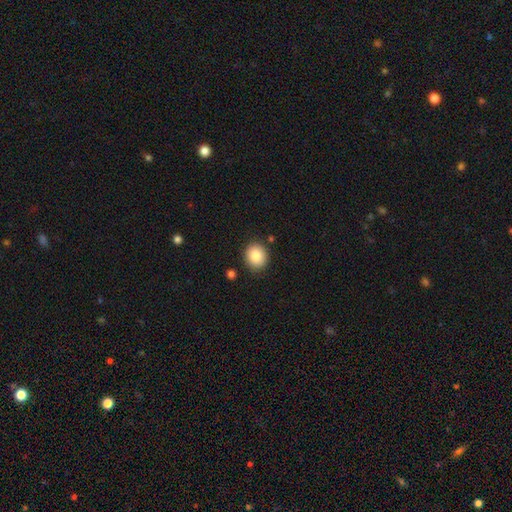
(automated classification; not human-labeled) Smooth or featured: smooth — 86% (star or artifact — 8%)
How rounded: round — 77% (in between — 22%)
Merging: none — 87% (minor disturbance — 9%)